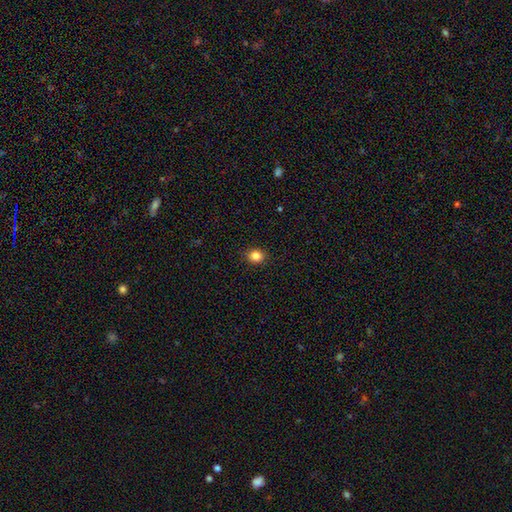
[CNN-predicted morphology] Smooth or featured? smooth (84%)
How rounded? round (70%)
Merging? none (90%)